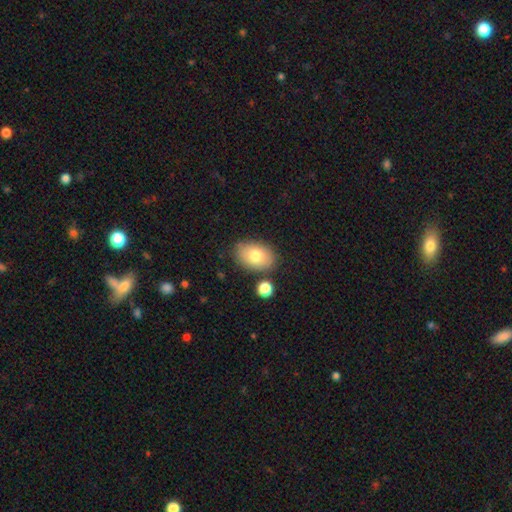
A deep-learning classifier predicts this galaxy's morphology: A smooth galaxy with no disk features (78%) that is in between round and cigar-shaped (86%).

Vote fractions:
- Smooth or featured? smooth: 78% / featured or disk: 14% / star or artifact: 8%
- How rounded? in between: 86% / round: 13% / cigar-shaped: 1%
- Merging? none: 79% / minor disturbance: 13% / merger: 6% / major disturbance: 3%